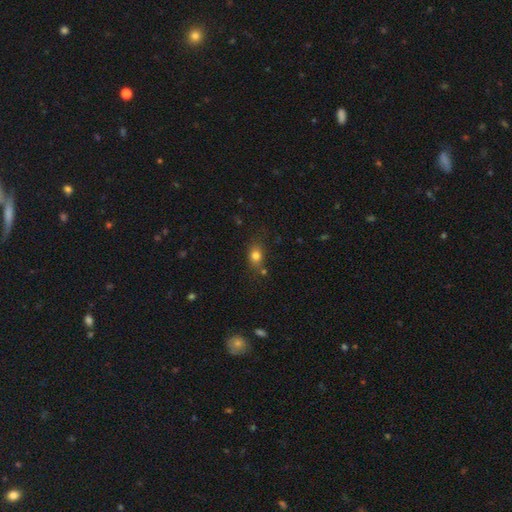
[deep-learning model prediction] smooth 78%, star or artifact 12%, featured or disk 9%. Down the decision tree: how rounded — in between (57%); merging — none (68%).